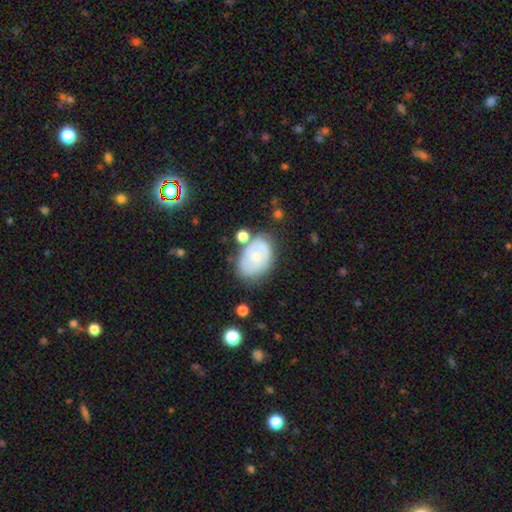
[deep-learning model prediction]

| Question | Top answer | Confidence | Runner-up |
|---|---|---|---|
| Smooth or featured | featured or disk | 50% | smooth (41%) |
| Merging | none | 61% | minor disturbance (23%) |